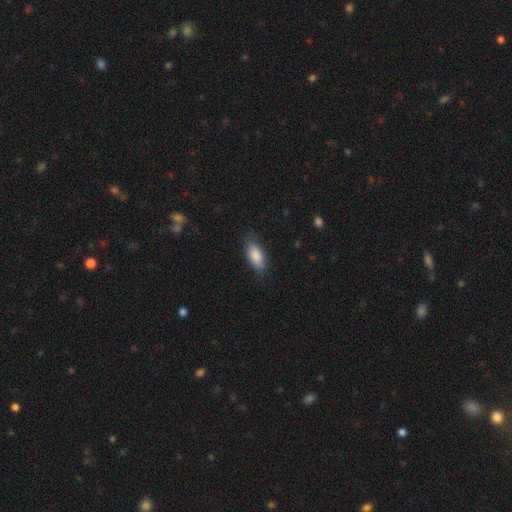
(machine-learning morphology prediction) smooth 86%, featured or disk 8%, star or artifact 6%. Down the decision tree: how rounded — in between (85%); merging — none (76%).